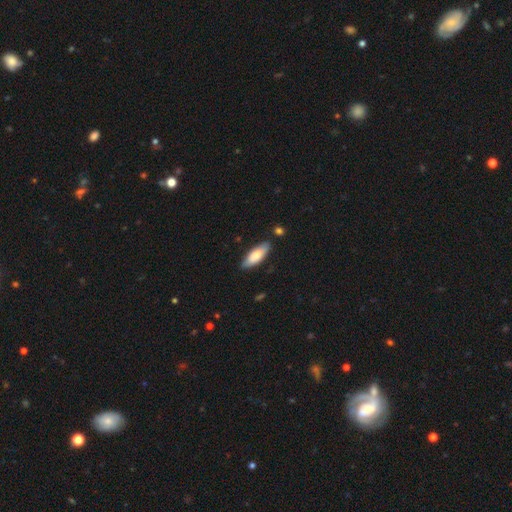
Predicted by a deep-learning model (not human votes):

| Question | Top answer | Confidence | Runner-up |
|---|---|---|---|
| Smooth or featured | smooth | 77% | featured or disk (17%) |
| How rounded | in between | 67% | cigar-shaped (31%) |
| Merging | none | 81% | minor disturbance (14%) |